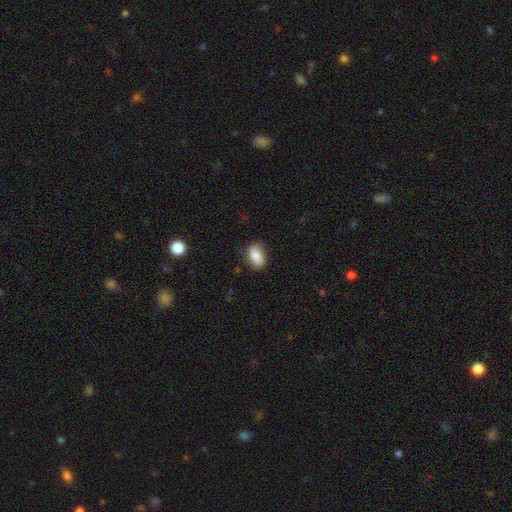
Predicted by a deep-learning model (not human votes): A smooth galaxy with no disk features (79%) that is in between round and cigar-shaped (87%). Merging: none (75%).